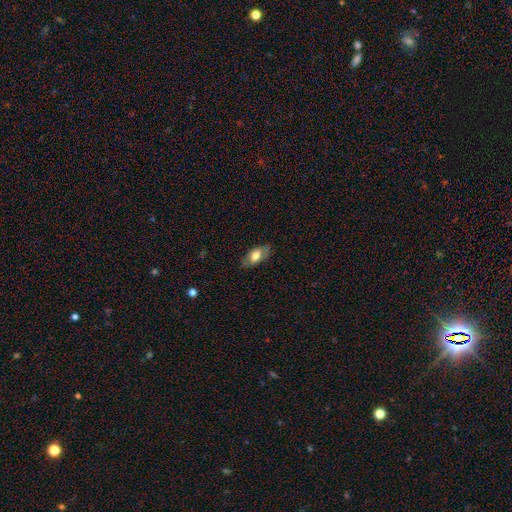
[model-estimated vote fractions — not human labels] smooth-or-featured: smooth: 66% | featured or disk: 27% | star or artifact: 7%
  how-rounded: in between: 90% | cigar-shaped: 6% | round: 4%
  merging: none: 79% | minor disturbance: 17% | major disturbance: 4% | merger: 1%